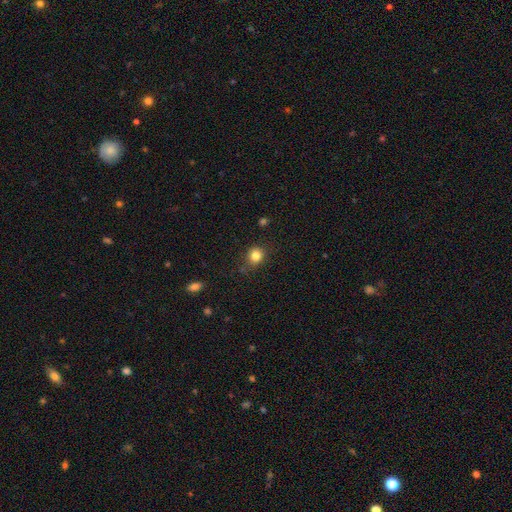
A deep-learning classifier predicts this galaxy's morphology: Q: Smooth or featured?
A: smooth (83%); runner-up: star or artifact (11%)
Q: How rounded?
A: round (78%); runner-up: in between (21%)
Q: Merging?
A: none (79%); runner-up: minor disturbance (15%)